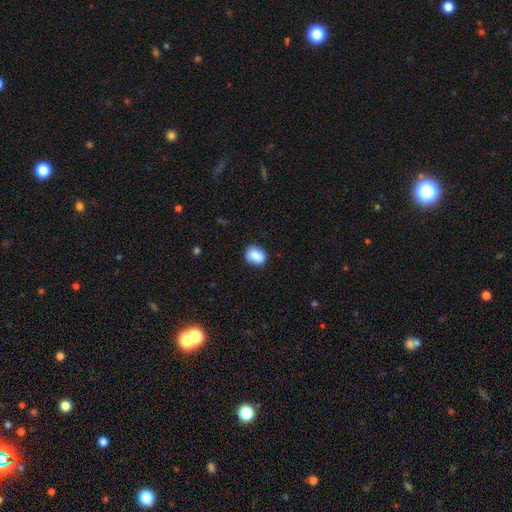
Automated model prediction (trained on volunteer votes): smooth_or_featured: smooth (p=0.87) [alt: star or artifact p=0.08]
how_rounded: in between (p=0.51) [alt: round p=0.48]
merging: none (p=0.82) [alt: minor disturbance p=0.14]